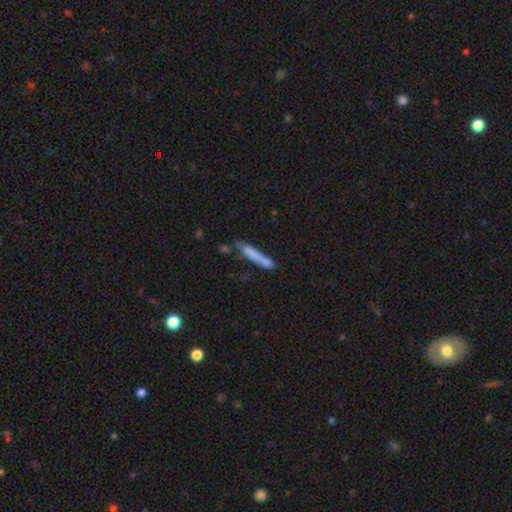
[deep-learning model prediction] Overall: smooth (70%). How rounded: cigar-shaped (93%). Merging: none (62%).